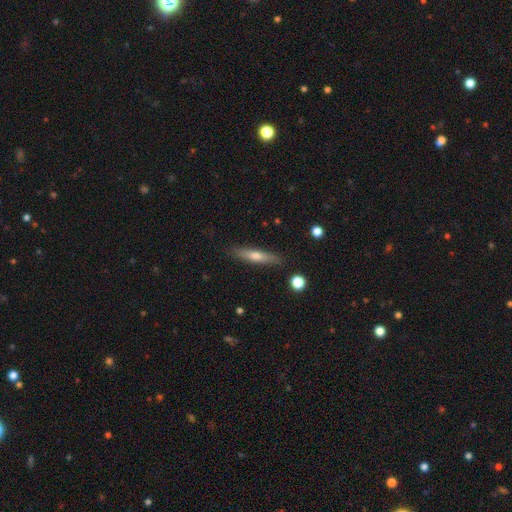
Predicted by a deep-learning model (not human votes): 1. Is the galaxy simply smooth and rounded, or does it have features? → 54% smooth, 39% featured or disk, 7% star or artifact.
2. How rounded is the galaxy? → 86% cigar-shaped, 13% in between, 2% round.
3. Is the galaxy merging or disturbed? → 87% none, 9% minor disturbance, 2% major disturbance, 2% merger.